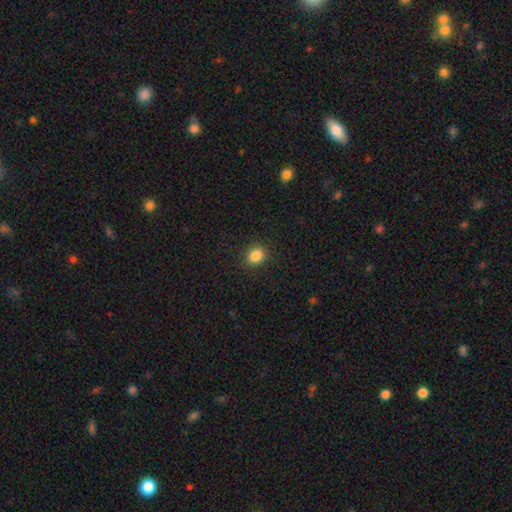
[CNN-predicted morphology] This appears to be a smooth galaxy with no disk features (86%) that is round (64%). Merging: none (89%).